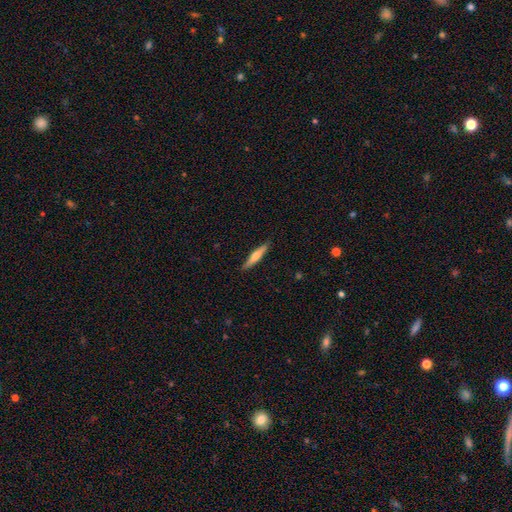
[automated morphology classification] This is possibly a smooth galaxy (56%). How rounded: clearly cigar-shaped (89%). Merging: clearly none (89%).